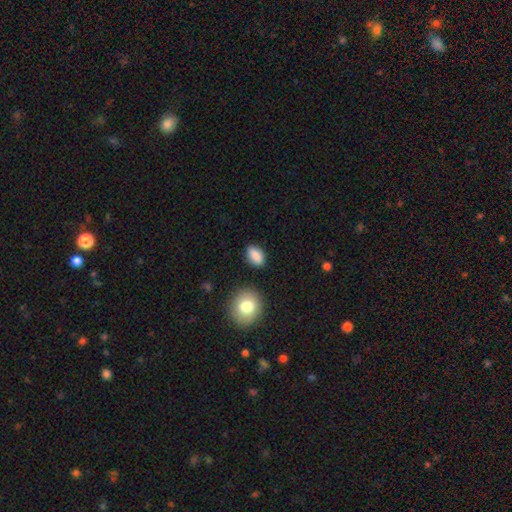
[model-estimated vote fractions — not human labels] Morphology: type=smooth (87%); roundness=in between (87%); merging=none (84%).